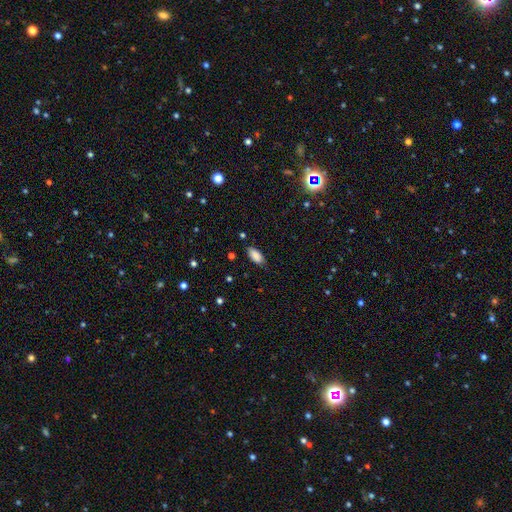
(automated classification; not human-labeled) smooth 87%, star or artifact 8%, featured or disk 5%. Down the decision tree: how rounded — in between (89%); merging — none (78%).